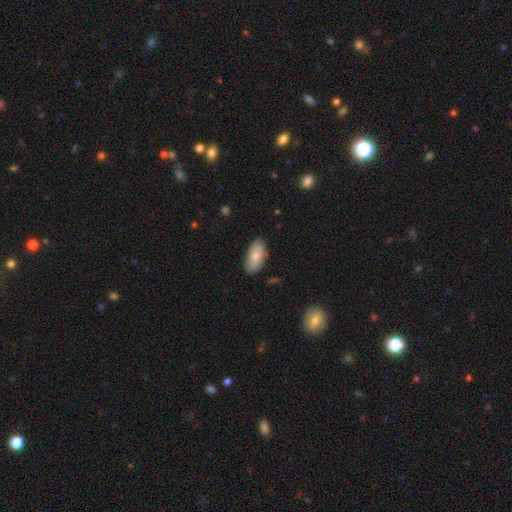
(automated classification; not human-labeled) The model was most divided on "smooth or featured": smooth: 70%, featured or disk: 24%, star or artifact: 6%. More confident: how rounded — in between (93%); merging — none (79%).